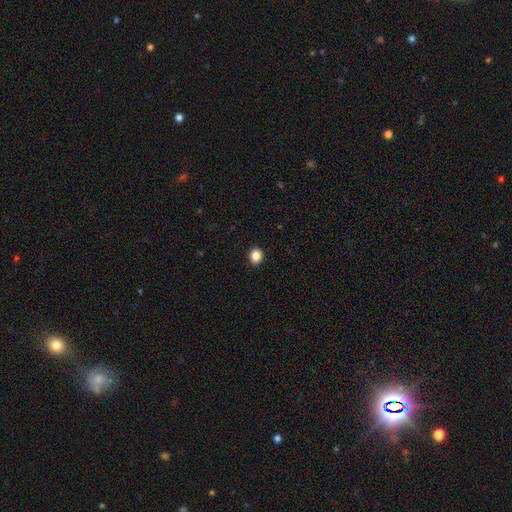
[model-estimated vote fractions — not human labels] A smooth galaxy with no disk features (87%) that is round (76%). Merging: none (92%).